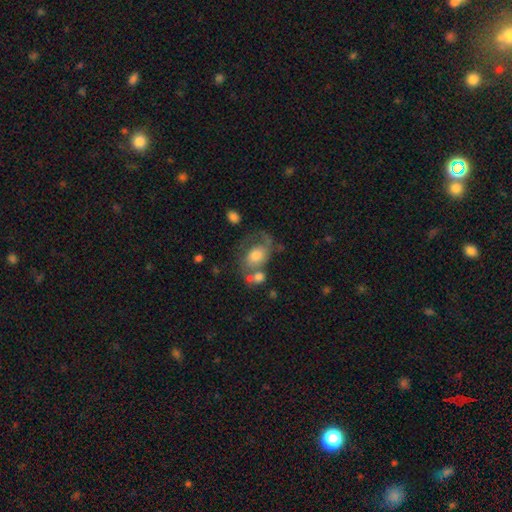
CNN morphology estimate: Q: Smooth or featured?
A: smooth (49%); runner-up: featured or disk (42%)
Q: Merging?
A: none (32%); runner-up: major disturbance (28%)